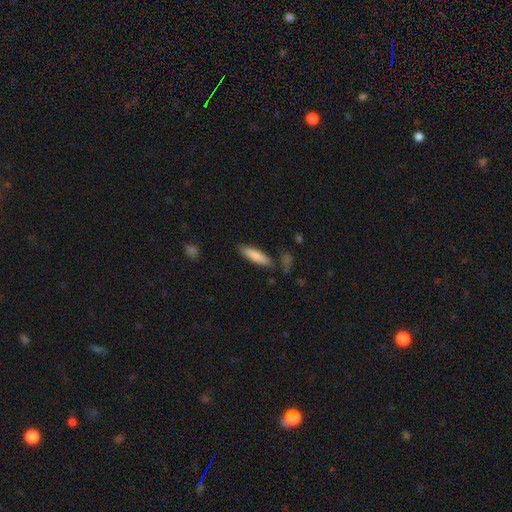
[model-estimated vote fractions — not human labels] smooth 80%, featured or disk 15%, star or artifact 6%. Down the decision tree: how rounded — cigar-shaped (74%); merging — none (81%).